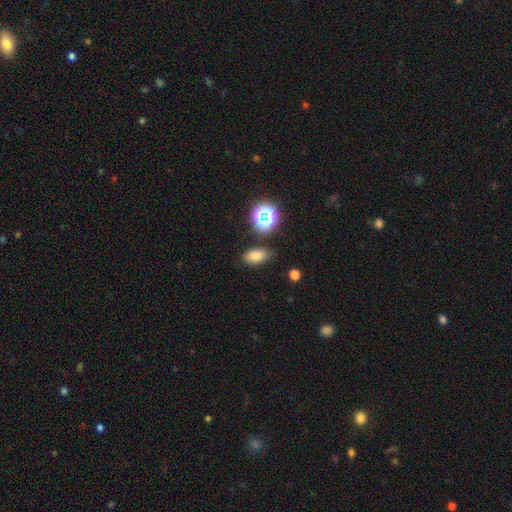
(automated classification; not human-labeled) Morphology: type=smooth (77%); roundness=in between (87%); merging=none (77%).